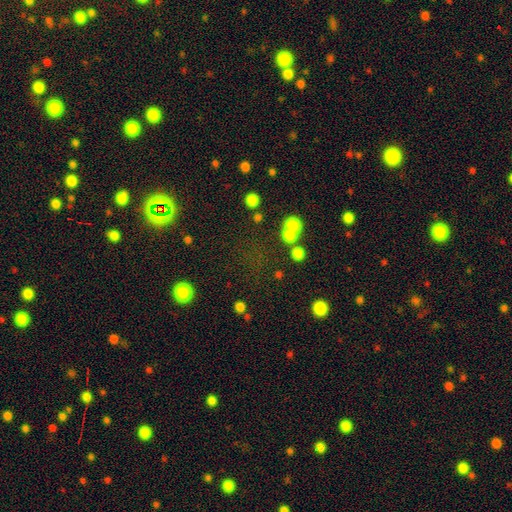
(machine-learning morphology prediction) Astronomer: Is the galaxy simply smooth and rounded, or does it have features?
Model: star or artifact — 58%.